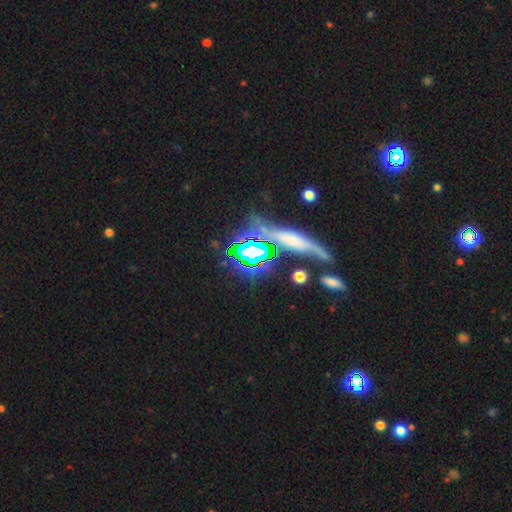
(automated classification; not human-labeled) The model was most divided on "smooth or featured": star or artifact: 56%, featured or disk: 23%, smooth: 21%.